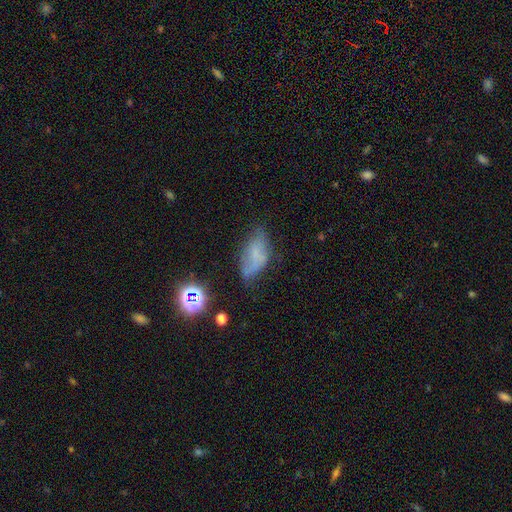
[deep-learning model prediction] This is possibly a smooth galaxy (50%). Merging: possibly none (45%).